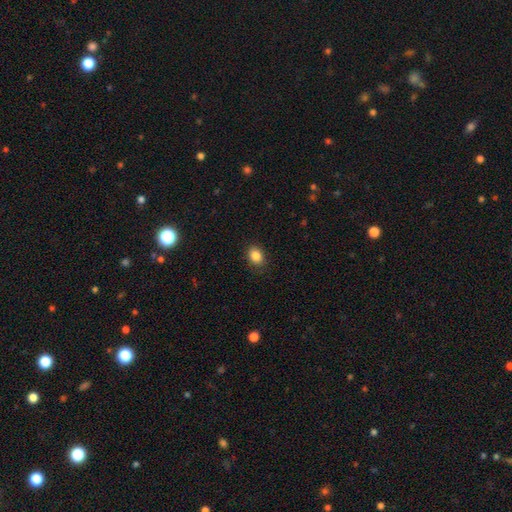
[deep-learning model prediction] A smooth galaxy with no disk features (86%) that is in between round and cigar-shaped (64%).

Vote fractions:
- Smooth or featured? smooth: 86% / star or artifact: 9% / featured or disk: 5%
- How rounded? in between: 64% / round: 35% / cigar-shaped: 1%
- Merging? none: 87% / minor disturbance: 9% / major disturbance: 2% / merger: 1%